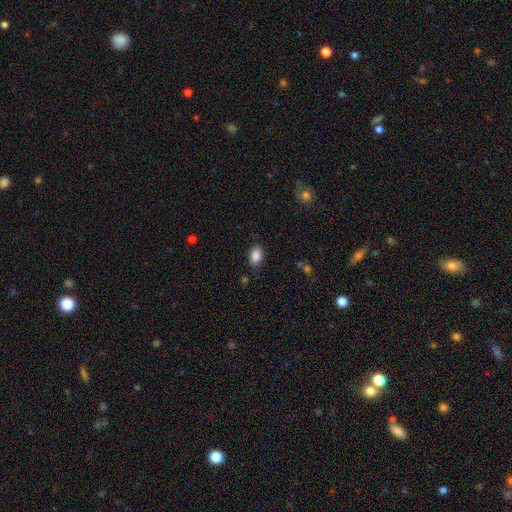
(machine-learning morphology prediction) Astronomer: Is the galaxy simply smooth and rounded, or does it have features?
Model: smooth — 86%.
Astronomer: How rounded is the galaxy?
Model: in between — 87%.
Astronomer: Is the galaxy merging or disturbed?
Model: none — 80%.